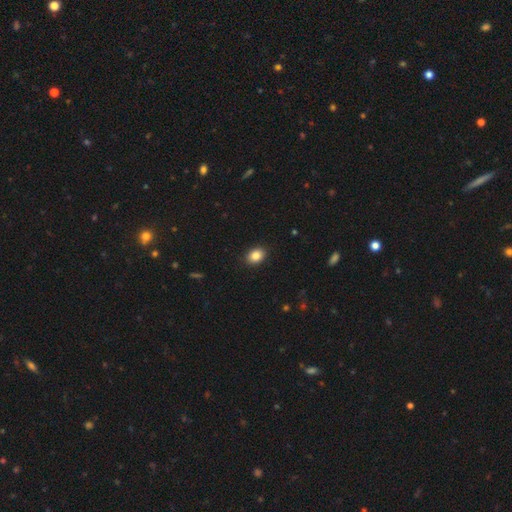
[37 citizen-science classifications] smooth_or_featured: smooth (p=0.89) [alt: featured or disk p=0.08]
how_rounded: in between (p=0.85) [alt: round p=0.15]
merging: none (p=0.89) [alt: minor disturbance p=0.06]